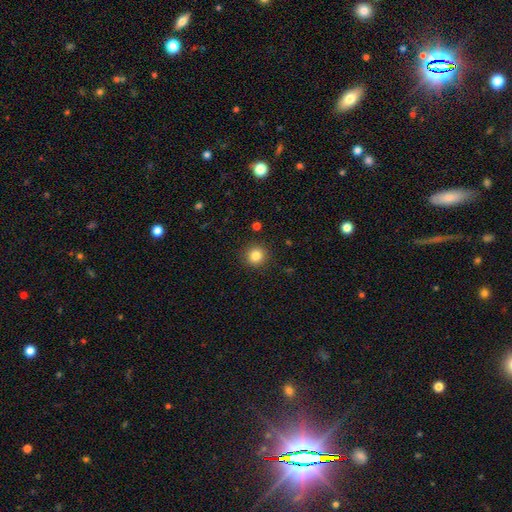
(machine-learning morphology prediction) This appears to be a smooth galaxy with no disk features (83%) that is round (93%). Merging: none (90%).